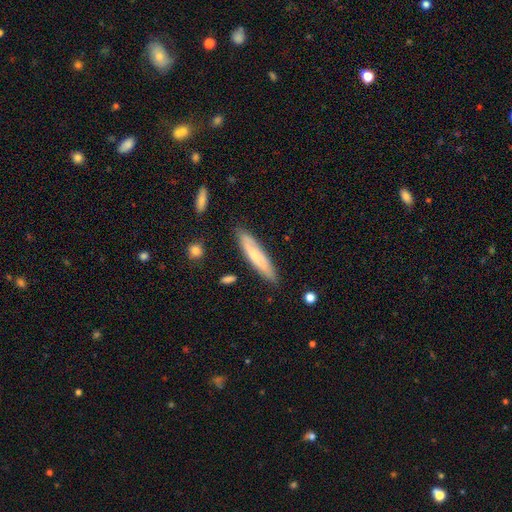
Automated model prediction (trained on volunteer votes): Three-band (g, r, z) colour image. It shows a smooth galaxy with no disk features (64%) that is cigar-shaped (83%). Merging: none (82%).